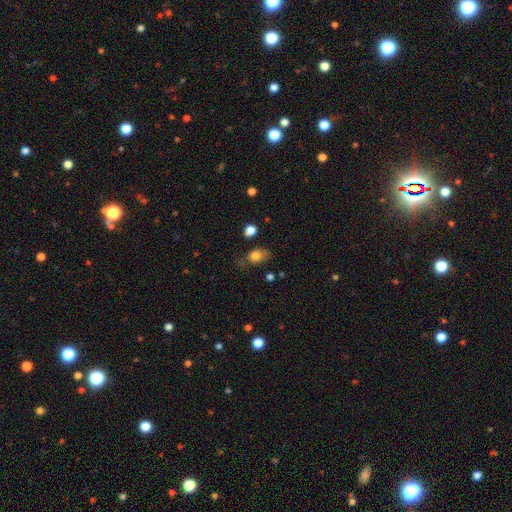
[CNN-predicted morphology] smooth 79%, star or artifact 10%, featured or disk 10%. Down the decision tree: how rounded — in between (71%); merging — none (50%).